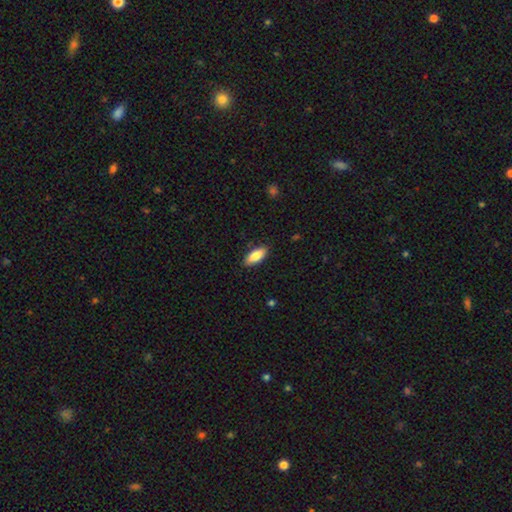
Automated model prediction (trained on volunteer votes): Smooth or featured? smooth (84%)
How rounded? in between (79%)
Merging? none (87%)